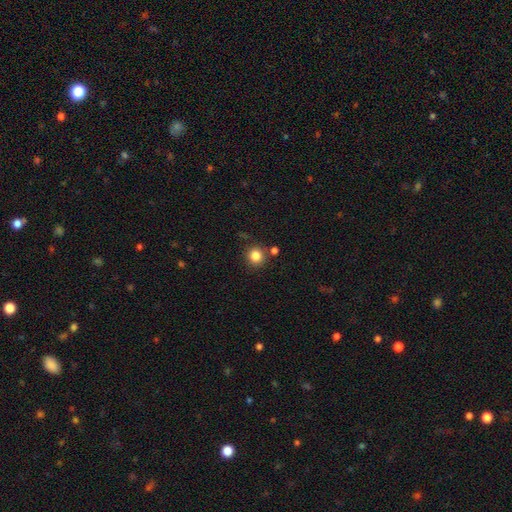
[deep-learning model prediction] Morphology: type=smooth (84%); roundness=round (92%); merging=none (82%).